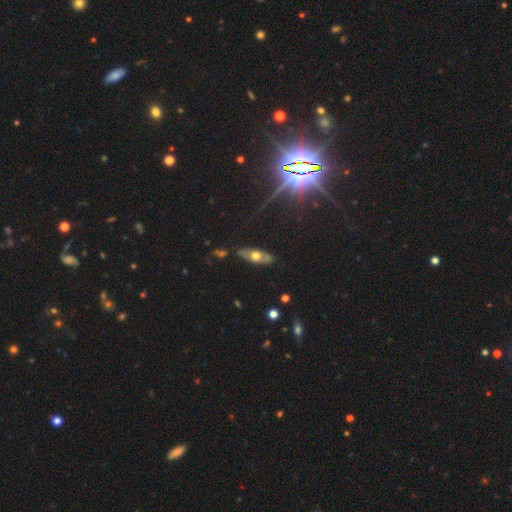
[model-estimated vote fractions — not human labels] Morphology: type=featured or disk (46%); merging=none (83%).